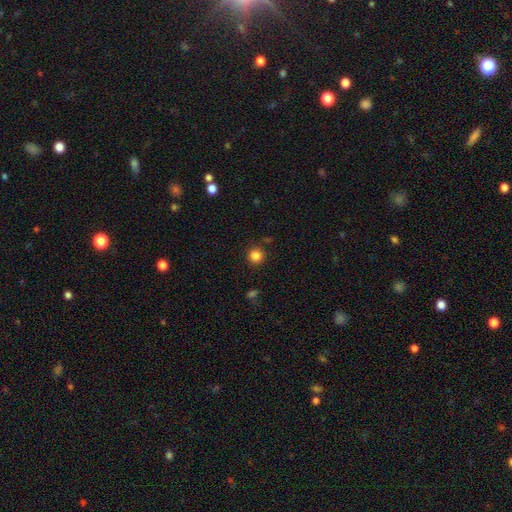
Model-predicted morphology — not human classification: smooth-or-featured: smooth: 84% | star or artifact: 12% | featured or disk: 4%
  how-rounded: round: 93% | in between: 6% | cigar-shaped: 1%
  merging: none: 86% | minor disturbance: 8% | merger: 3% | major disturbance: 3%